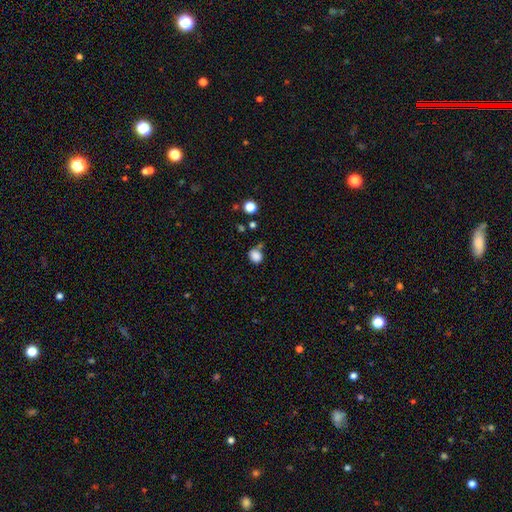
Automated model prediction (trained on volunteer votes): Morphology: type=smooth (83%); roundness=round (64%); merging=none (52%).